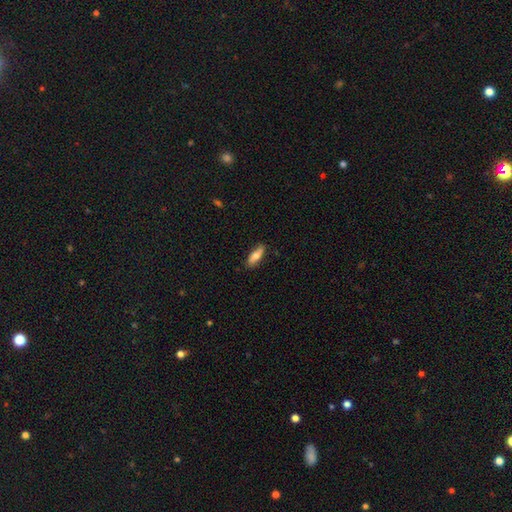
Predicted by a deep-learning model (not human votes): Smooth or featured? Predicted: smooth (p=0.71). How rounded? Predicted: in between (p=0.57). Merging? Predicted: none (p=0.84).